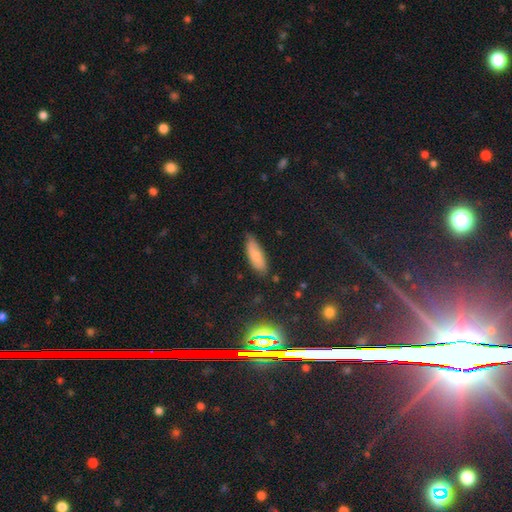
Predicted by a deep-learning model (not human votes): smooth-or-featured: smooth: 77% | featured or disk: 15% | star or artifact: 7%
  how-rounded: in between: 64% | cigar-shaped: 34% | round: 2%
  merging: none: 74% | minor disturbance: 21% | major disturbance: 3% | merger: 2%